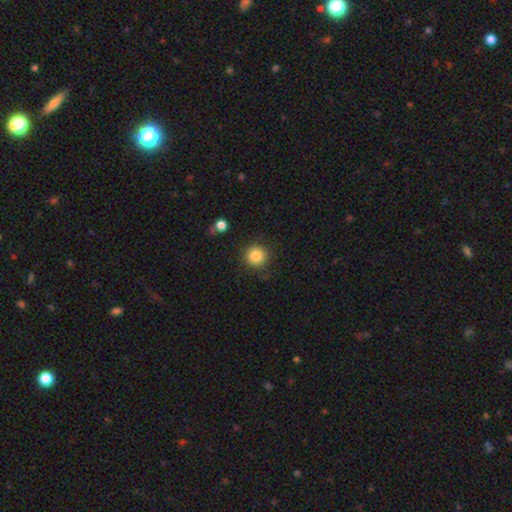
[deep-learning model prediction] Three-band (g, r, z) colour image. It shows a smooth galaxy with no disk features (86%) that is round (94%). Merging: none (88%).